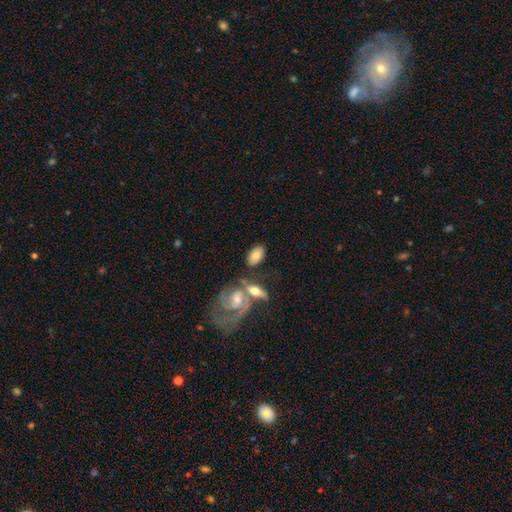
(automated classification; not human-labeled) smooth_or_featured: smooth (p=0.69) [alt: featured or disk p=0.25]
how_rounded: in between (p=0.91) [alt: round p=0.06]
merging: none (p=0.61) [alt: merger p=0.18]